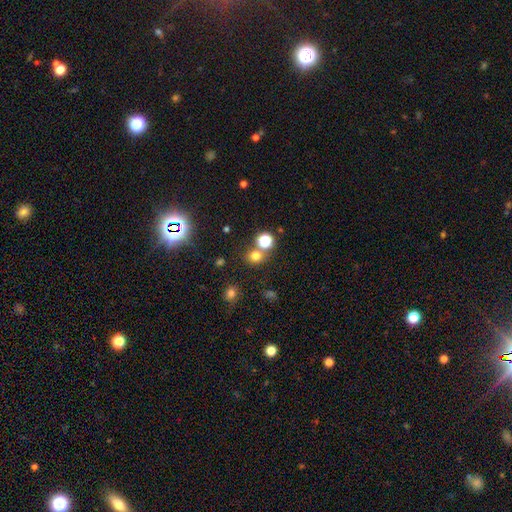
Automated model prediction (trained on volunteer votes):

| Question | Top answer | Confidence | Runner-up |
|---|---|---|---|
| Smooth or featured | smooth | 67% | star or artifact (25%) |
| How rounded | round | 82% | in between (17%) |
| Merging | none | 66% | merger (22%) |